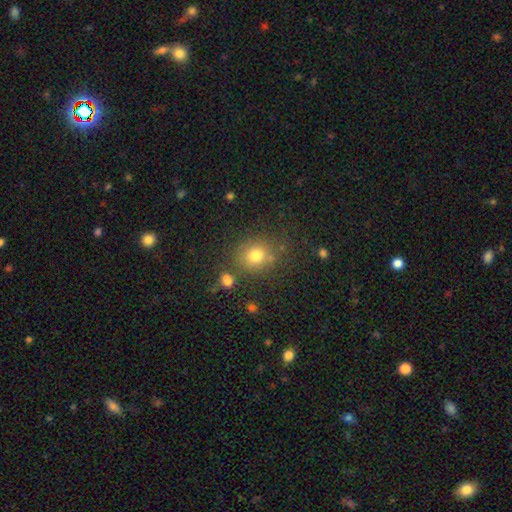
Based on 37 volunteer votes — Q: Smooth or featured?
A: smooth (89%); runner-up: featured or disk (8%)
Q: How rounded?
A: round (82%); runner-up: in between (18%)
Q: Merging?
A: none (75%); runner-up: minor disturbance (22%)